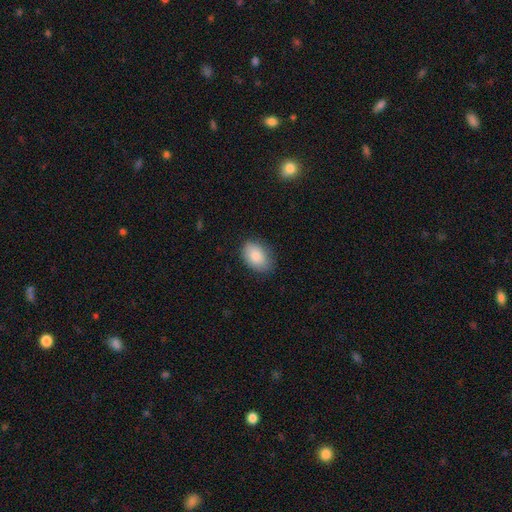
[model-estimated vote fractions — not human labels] A smooth galaxy with no disk features (86%) that is in between round and cigar-shaped (87%). Merging: none (82%).